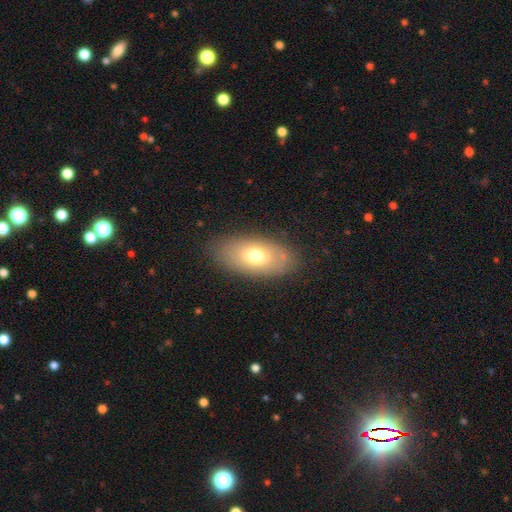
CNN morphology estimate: type=smooth (67%); roundness=in between (91%); merging=none (82%).